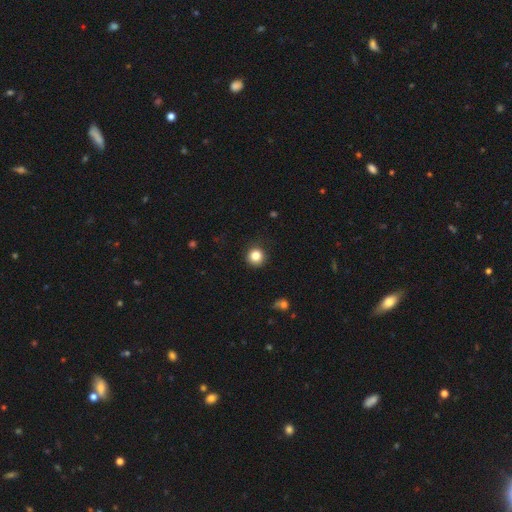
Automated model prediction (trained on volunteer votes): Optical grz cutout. It shows a smooth galaxy with no disk features (84%) that is round (94%). Merging: none (89%).